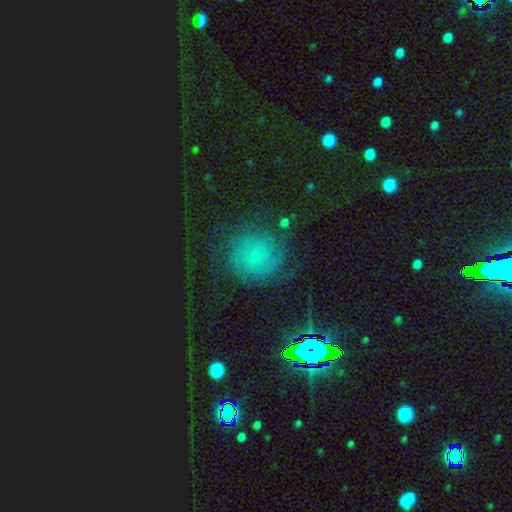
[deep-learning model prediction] Overall: featured or disk (57%; smooth 22%). Edge-on disk: no (97%). Bar: no (75%). Spiral arms: yes (90%). Bulge size: small (77%). Merging: none (72%).